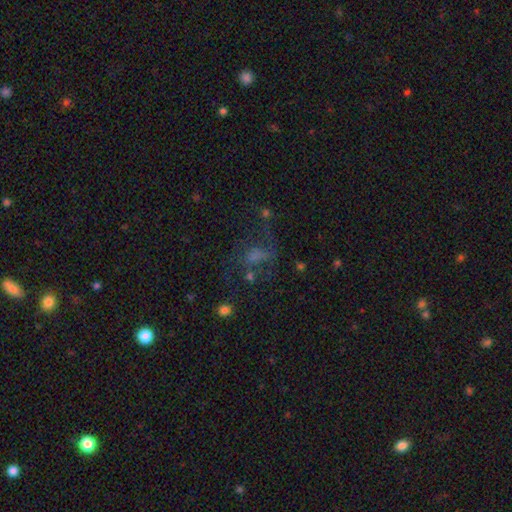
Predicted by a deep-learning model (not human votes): Morphology: type=smooth (38%); merging=none (38%).